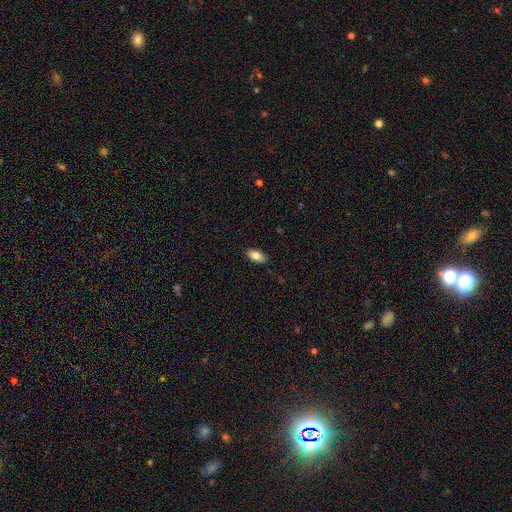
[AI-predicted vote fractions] Smooth or featured? smooth (84%)
How rounded? in between (91%)
Merging? none (87%)